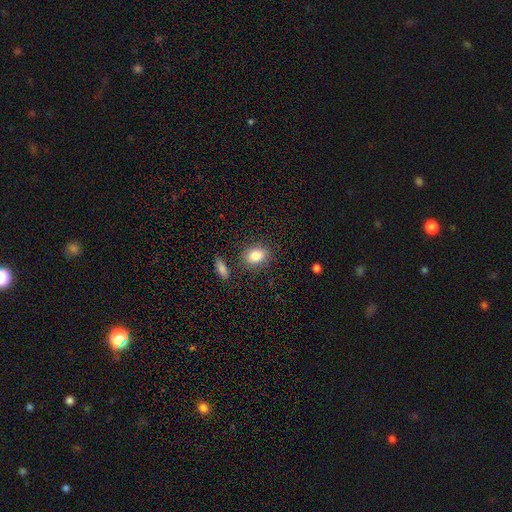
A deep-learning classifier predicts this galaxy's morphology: This is clearly a smooth galaxy (82%). How rounded: likely in between (63%). Merging: clearly none (82%).